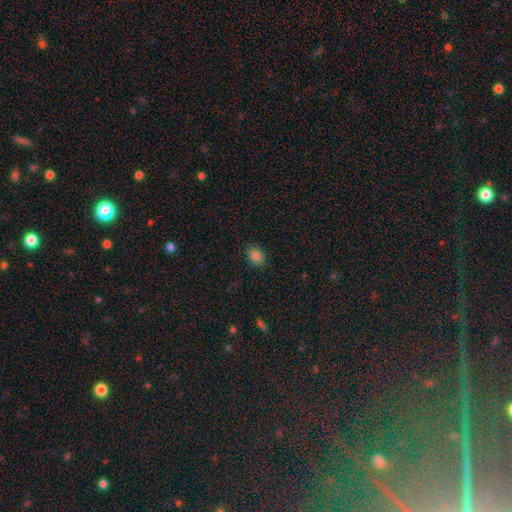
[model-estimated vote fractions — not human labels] Overall: smooth (83%). How rounded: in between (59%; round 39%). Merging: none (87%).